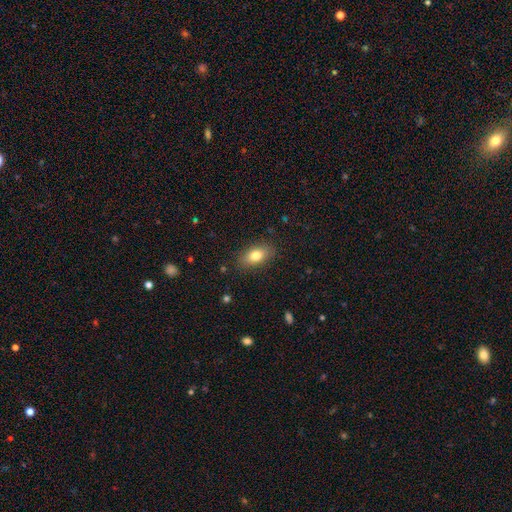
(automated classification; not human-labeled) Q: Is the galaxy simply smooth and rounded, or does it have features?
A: smooth — 78%.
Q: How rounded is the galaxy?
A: in between — 86%.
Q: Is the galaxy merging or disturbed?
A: none — 86%.